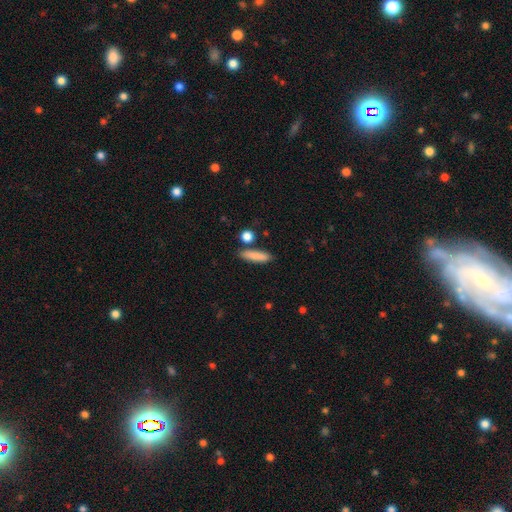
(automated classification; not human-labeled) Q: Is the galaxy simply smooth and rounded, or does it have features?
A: smooth — 85%.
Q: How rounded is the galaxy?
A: cigar-shaped — 70%.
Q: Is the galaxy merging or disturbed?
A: none — 81%.